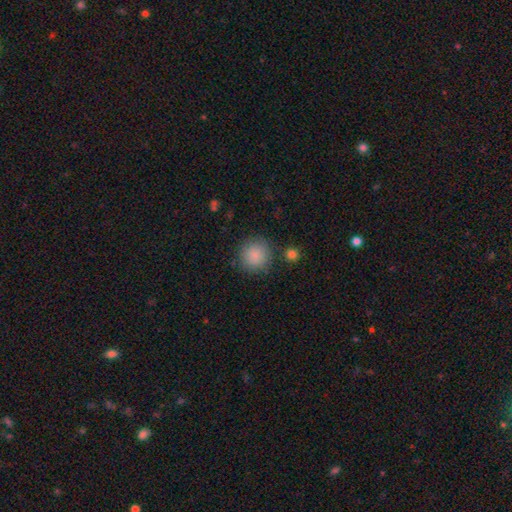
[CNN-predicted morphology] smooth 87%, star or artifact 8%, featured or disk 4%. Down the decision tree: how rounded — round (93%); merging — none (86%).